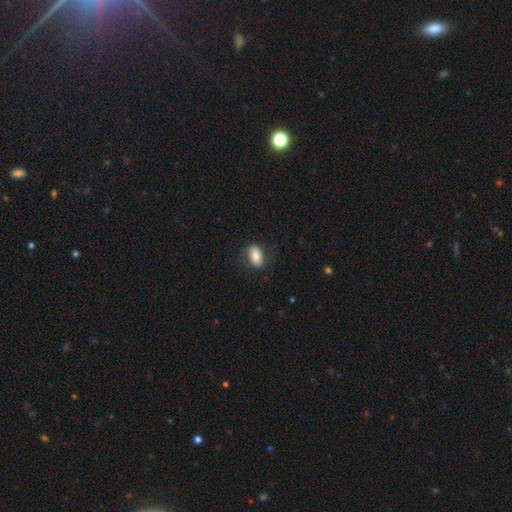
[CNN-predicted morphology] Overall: smooth (75%). How rounded: in between (87%). Merging: none (77%).